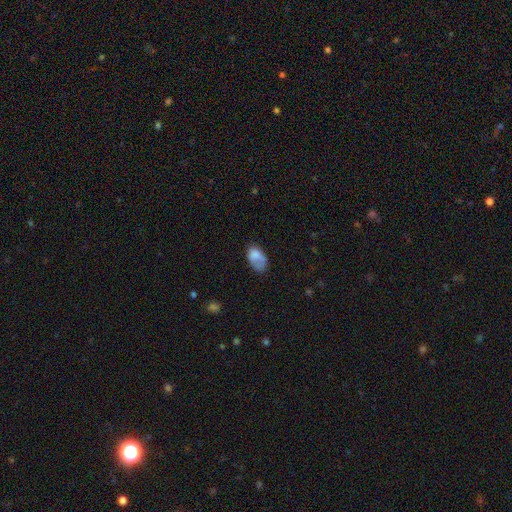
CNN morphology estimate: A smooth galaxy with no disk features (73%) that is in between round and cigar-shaped (90%).

Vote fractions:
- Smooth or featured? smooth: 73% / featured or disk: 18% / star or artifact: 9%
- How rounded? in between: 90% / round: 9% / cigar-shaped: 1%
- Merging? none: 39% / minor disturbance: 33% / major disturbance: 23% / merger: 5%